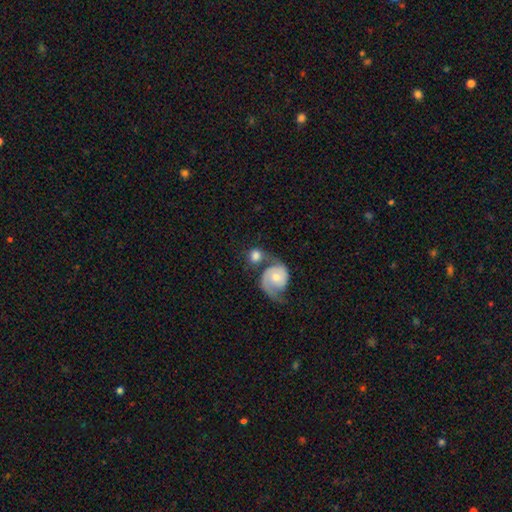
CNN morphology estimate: A smooth galaxy with no disk features (55%) that is round (76%).

Vote fractions:
- Smooth or featured? smooth: 55% / featured or disk: 38% / star or artifact: 7%
- How rounded? round: 76% / in between: 22% / cigar-shaped: 1%
- Merging? merger: 43% / none: 36% / minor disturbance: 12% / major disturbance: 9%